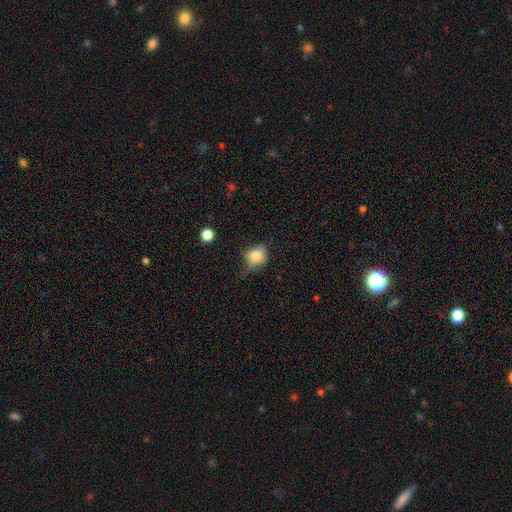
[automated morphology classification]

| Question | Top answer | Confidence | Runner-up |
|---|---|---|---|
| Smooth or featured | smooth | 78% | featured or disk (12%) |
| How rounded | round | 56% | in between (43%) |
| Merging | none | 53% | minor disturbance (34%) |